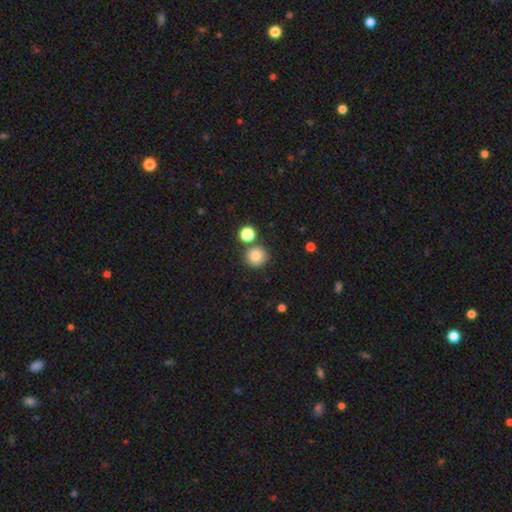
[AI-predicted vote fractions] Smooth or featured?
  - smooth: 82% *
  - star or artifact: 11%
  - featured or disk: 7%
How rounded?
  - round: 94% *
  - in between: 5%
  - cigar-shaped: 1%
Merging?
  - none: 80% *
  - merger: 11%
  - minor disturbance: 7%
  - major disturbance: 2%